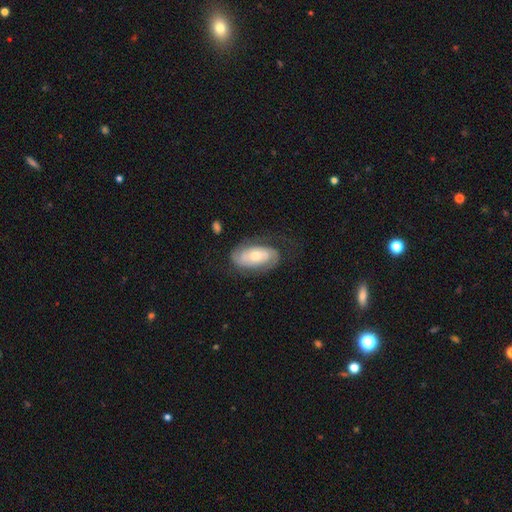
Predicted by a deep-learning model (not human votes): This appears to be a featured or disk galaxy (76%) with no bar (63%), 2 (71%) tight (56%) spiral arms (90%) and a moderate central bulge (68%). Merging: none (69%).